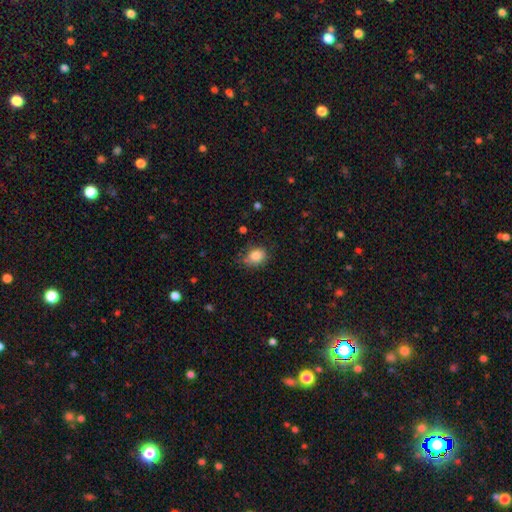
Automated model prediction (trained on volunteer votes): Morphology: type=smooth (84%); roundness=in between (58%); merging=none (64%).